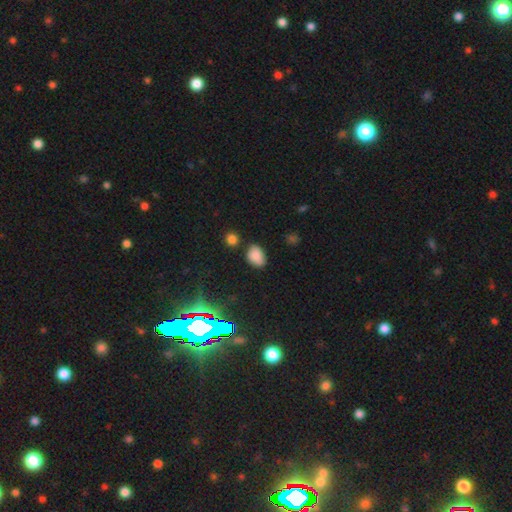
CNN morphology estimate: Q: Smooth or featured?
A: smooth (80%); runner-up: star or artifact (14%)
Q: How rounded?
A: in between (83%); runner-up: round (16%)
Q: Merging?
A: none (73%); runner-up: minor disturbance (18%)